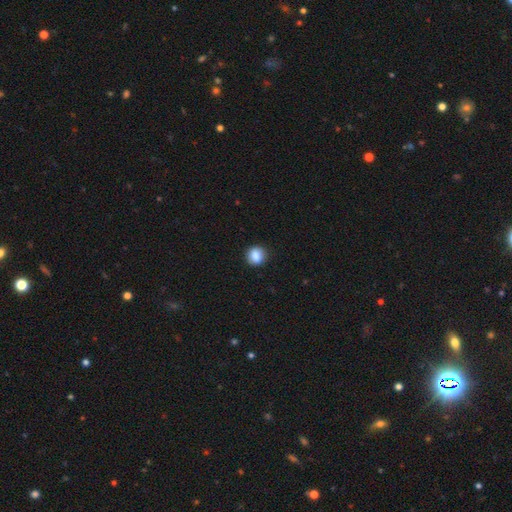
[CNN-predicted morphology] Overall: smooth (86%). How rounded: round (81%). Merging: none (88%).